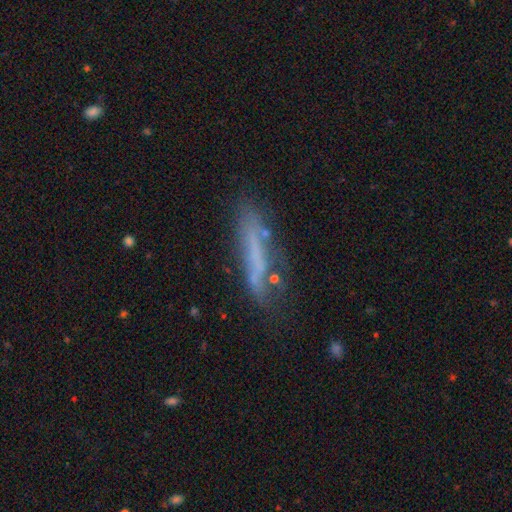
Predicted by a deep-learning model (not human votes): Smooth or featured?
  - smooth: 47% *
  - featured or disk: 42%
  - star or artifact: 11%
Merging?
  - none: 62% *
  - minor disturbance: 23%
  - major disturbance: 11%
  - merger: 5%